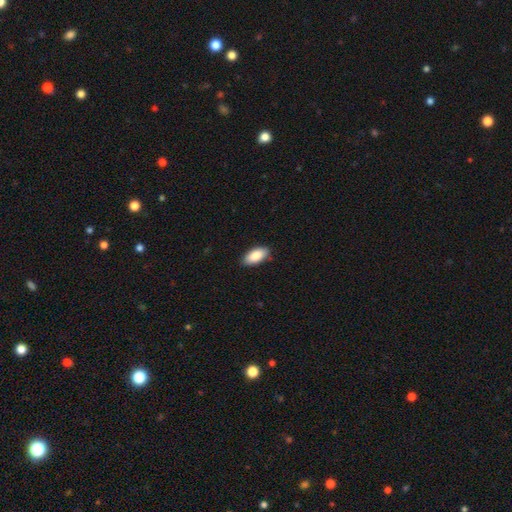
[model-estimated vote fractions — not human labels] Smooth or featured? smooth (87%)
How rounded? in between (93%)
Merging? none (88%)